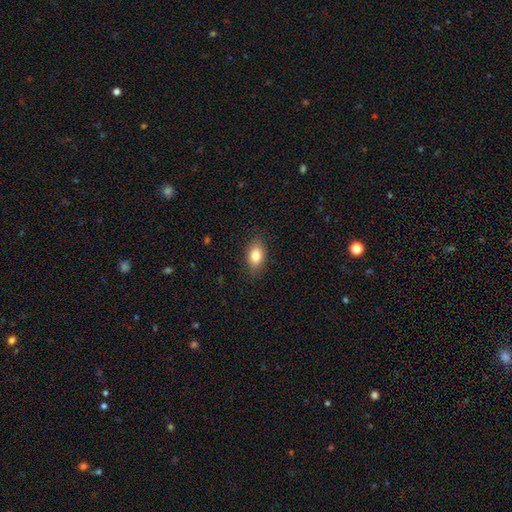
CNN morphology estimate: Smooth or featured? smooth (81%)
How rounded? in between (84%)
Merging? none (86%)